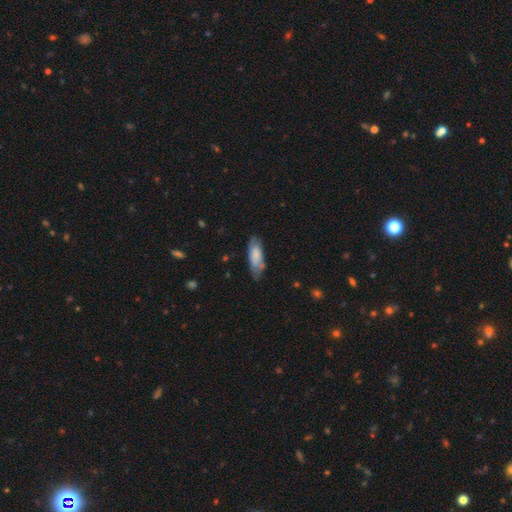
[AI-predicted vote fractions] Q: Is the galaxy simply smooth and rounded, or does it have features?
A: smooth — 71%.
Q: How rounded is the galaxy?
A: in between — 63%.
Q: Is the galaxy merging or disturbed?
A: none — 63%.